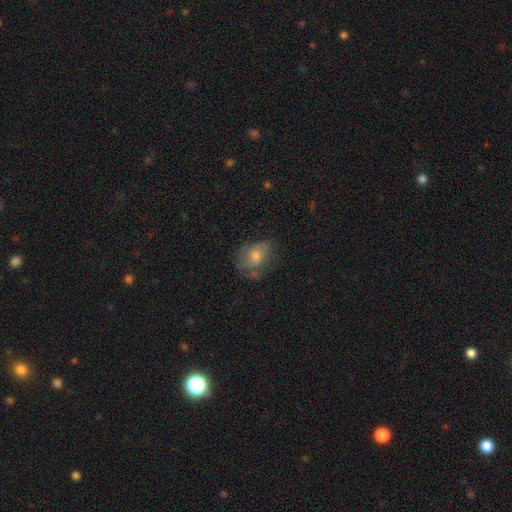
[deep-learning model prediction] Q: Smooth or featured?
A: smooth (52%); runner-up: featured or disk (37%)
Q: How rounded?
A: in between (68%); runner-up: round (30%)
Q: Merging?
A: none (53%); runner-up: minor disturbance (29%)